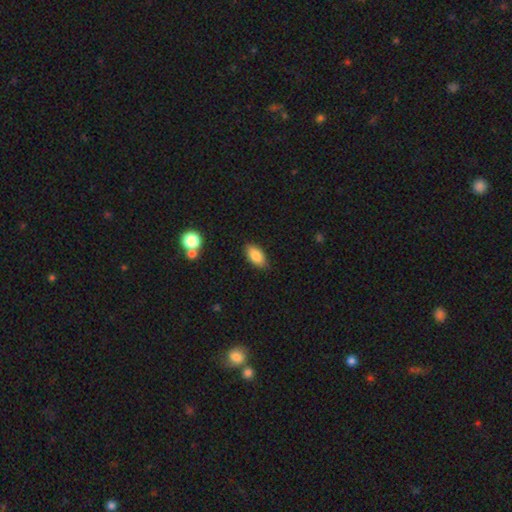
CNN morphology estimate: Smooth or featured: smooth — 84% (featured or disk — 8%)
How rounded: in between — 89% (cigar-shaped — 6%)
Merging: none — 84% (minor disturbance — 11%)